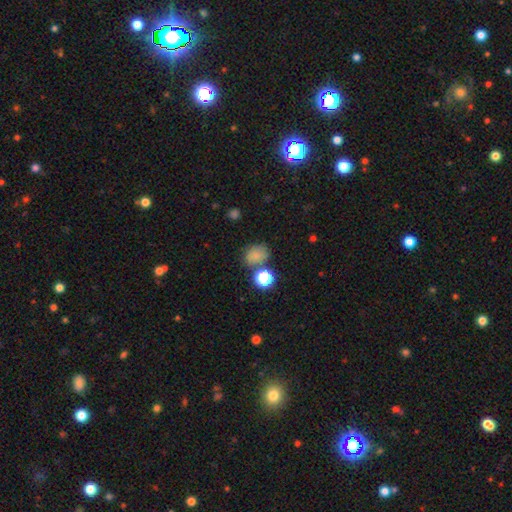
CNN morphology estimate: This is likely a smooth galaxy (75%). How rounded: possibly round (53%). Merging: likely none (64%).